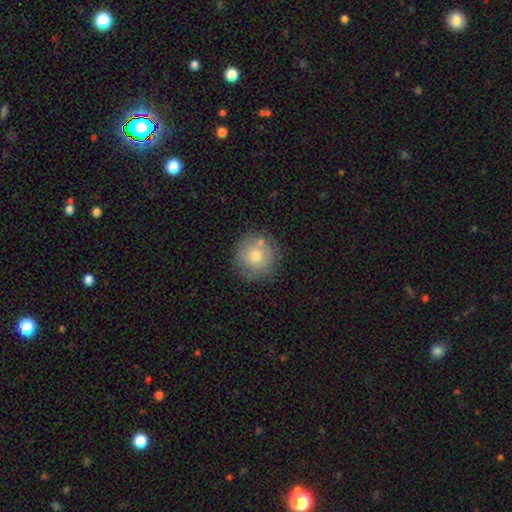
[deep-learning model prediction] Smooth or featured? Predicted: smooth (p=0.69). How rounded? Predicted: round (p=0.94). Merging? Predicted: none (p=0.74).